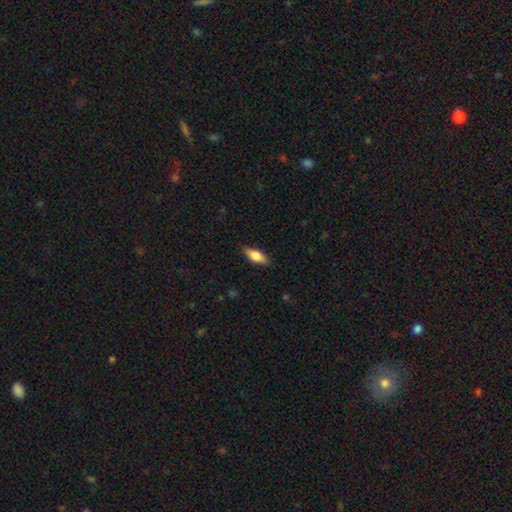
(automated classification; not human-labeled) Smooth or featured? Predicted: smooth (p=0.68). How rounded? Predicted: in between (p=0.71). Merging? Predicted: none (p=0.86).